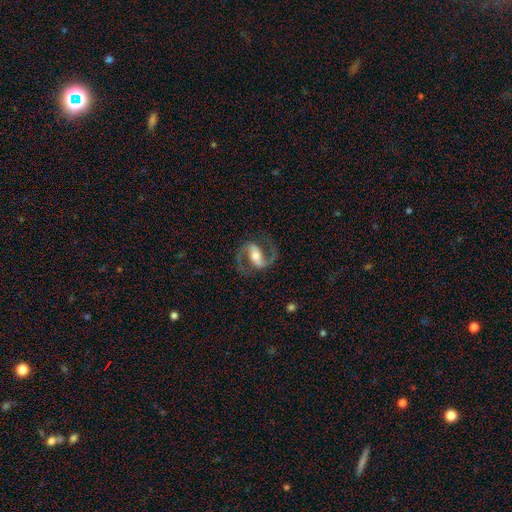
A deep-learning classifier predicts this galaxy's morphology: The model was most divided on "bar": strong: 53%, weak: 32%, no: 15%. More confident: edge-on disk — no (97%); spiral arms — yes (96%); spiral arm count — 2 (93%); smooth or featured — featured or disk (90%); merging — none (80%); bulge size — moderate (63%); spiral winding — medium (61%).